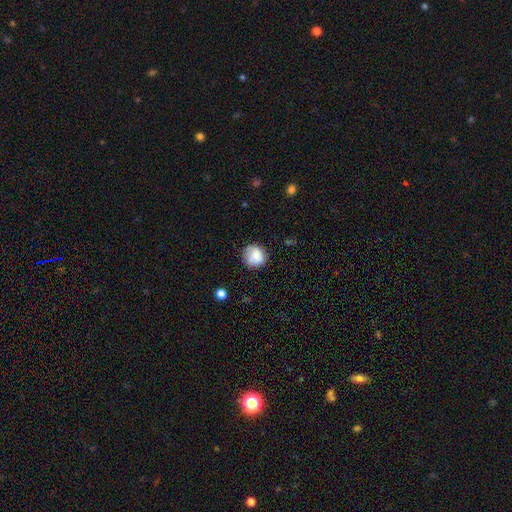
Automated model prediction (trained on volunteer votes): Morphology: type=smooth (78%); roundness=round (87%); merging=none (73%).